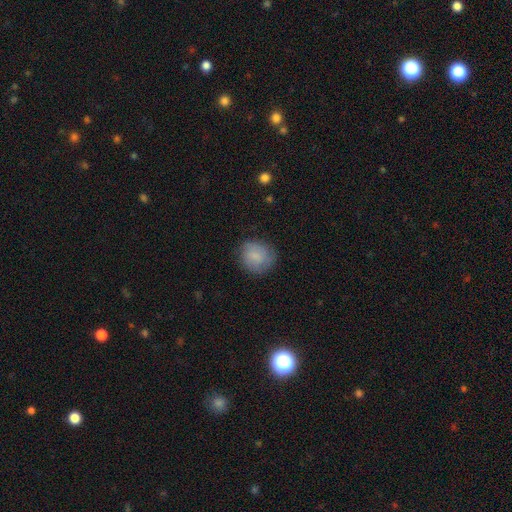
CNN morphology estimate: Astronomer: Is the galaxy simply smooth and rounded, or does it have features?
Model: smooth — 77%.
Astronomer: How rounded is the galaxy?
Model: round — 80%.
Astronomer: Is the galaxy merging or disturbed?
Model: none — 78%.